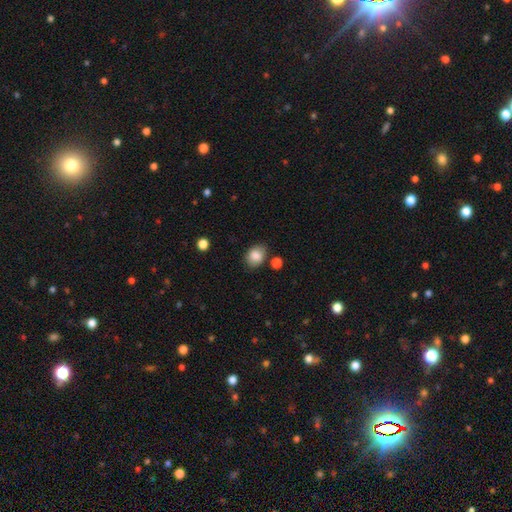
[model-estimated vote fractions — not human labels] smooth 86%, star or artifact 8%, featured or disk 6%. Down the decision tree: how rounded — in between (60%); merging — none (79%).